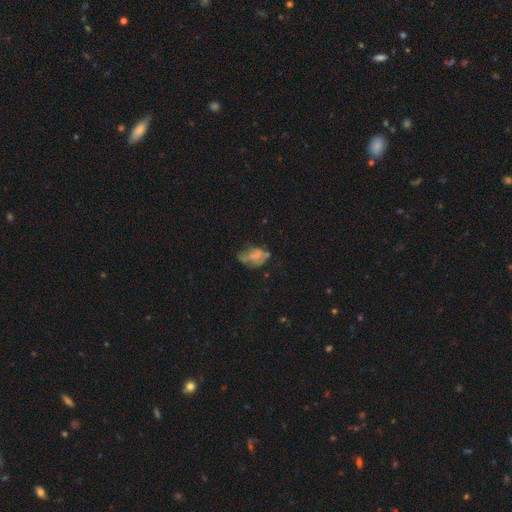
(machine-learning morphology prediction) A smooth galaxy with no disk features (47%). Merging: none (35%).